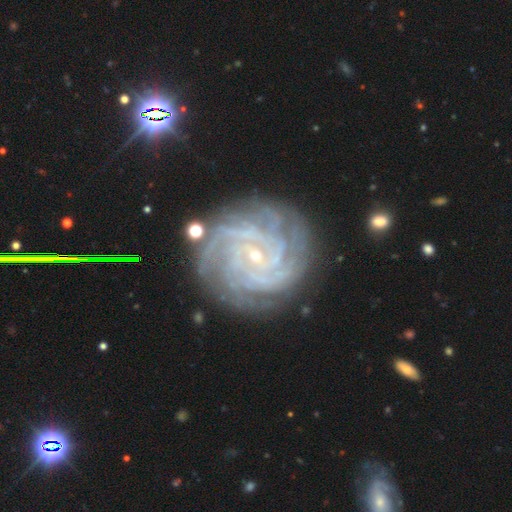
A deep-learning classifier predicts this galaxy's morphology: Smooth or featured? featured or disk (89%)
Edge-on disk? no (98%)
Bar? no (62%)
Spiral arms? yes (98%)
Spiral winding? tight (79%)
Spiral arm count? 4 (27%)
Bulge size? small (85%)
Merging? none (82%)